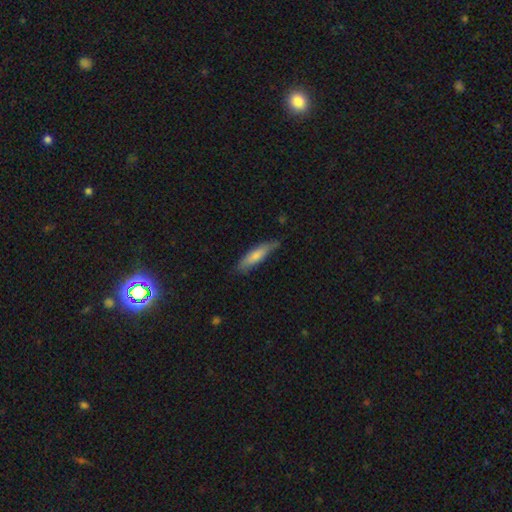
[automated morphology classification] Q: Smooth or featured?
A: smooth (73%); runner-up: featured or disk (21%)
Q: How rounded?
A: cigar-shaped (74%); runner-up: in between (24%)
Q: Merging?
A: none (69%); runner-up: minor disturbance (25%)